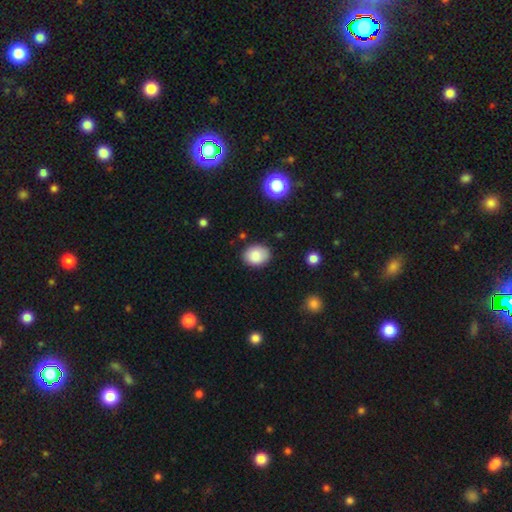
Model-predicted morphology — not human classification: A smooth galaxy with no disk features (86%) that is in between round and cigar-shaped (57%).

Vote fractions:
- Smooth or featured? smooth: 86% / star or artifact: 8% / featured or disk: 6%
- How rounded? in between: 57% / round: 43% / cigar-shaped: 1%
- Merging? none: 83% / minor disturbance: 13% / major disturbance: 3% / merger: 2%